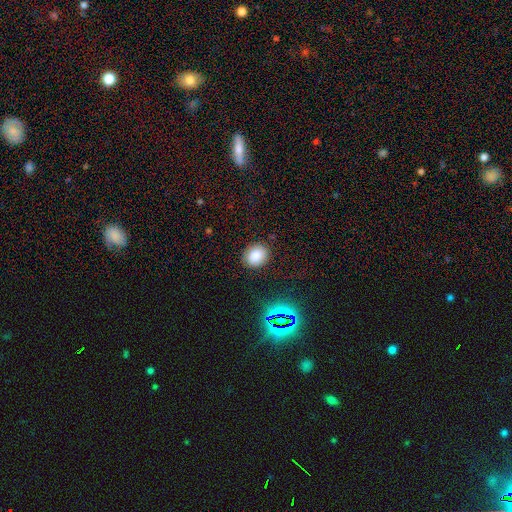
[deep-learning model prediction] Smooth or featured? Predicted: smooth (p=0.80). How rounded? Predicted: round (p=0.57). Merging? Predicted: none (p=0.87).